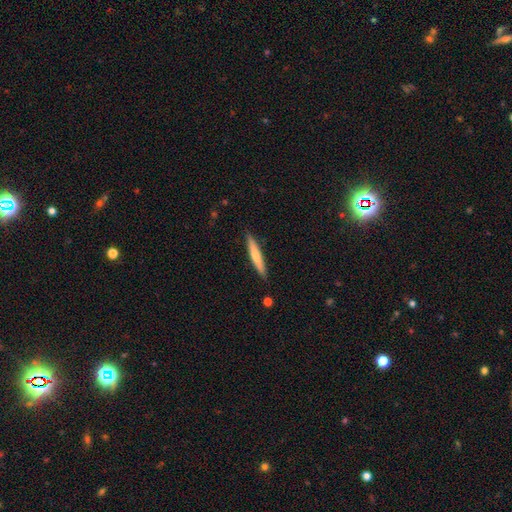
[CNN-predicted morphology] This is likely a smooth galaxy (64%). How rounded: clearly cigar-shaped (94%). Merging: clearly none (89%).